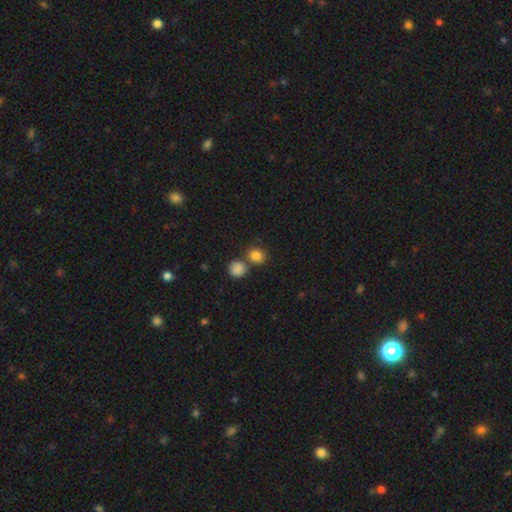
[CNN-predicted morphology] Smooth or featured? Predicted: smooth (p=0.84). How rounded? Predicted: round (p=0.77). Merging? Predicted: none (p=0.55).